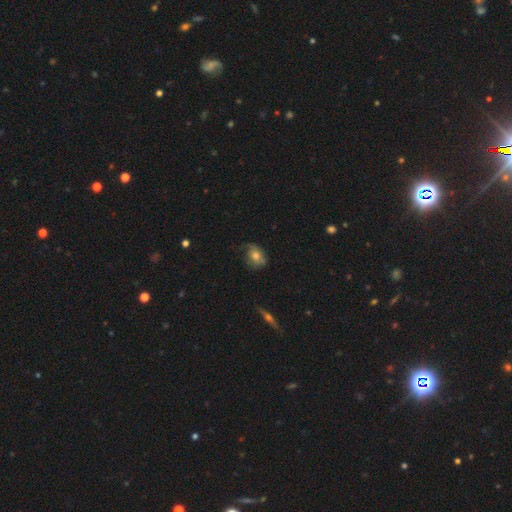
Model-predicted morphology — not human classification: A smooth galaxy with no disk features (65%) that is in between round and cigar-shaped (66%).

Vote fractions:
- Smooth or featured? smooth: 65% / featured or disk: 26% / star or artifact: 9%
- How rounded? in between: 66% / round: 32% / cigar-shaped: 2%
- Merging? none: 53% / minor disturbance: 33% / major disturbance: 12% / merger: 2%